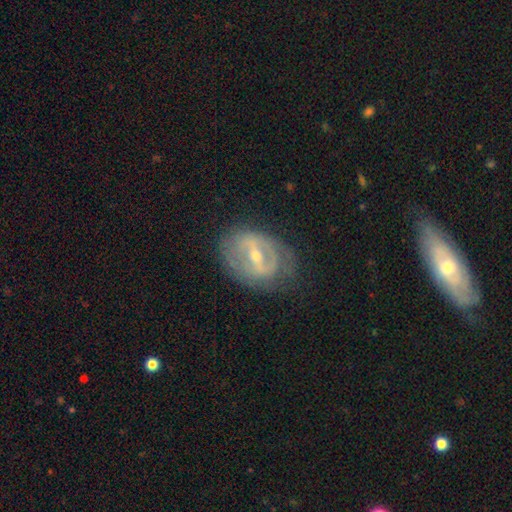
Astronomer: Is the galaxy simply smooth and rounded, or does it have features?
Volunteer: featured or disk — 87%.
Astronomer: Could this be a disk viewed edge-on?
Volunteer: no — 88%.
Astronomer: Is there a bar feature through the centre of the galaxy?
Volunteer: strong — 55%.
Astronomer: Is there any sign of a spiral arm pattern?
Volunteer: yes — 62% (runner-up: no, 38%).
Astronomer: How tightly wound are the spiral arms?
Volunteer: medium — 61%.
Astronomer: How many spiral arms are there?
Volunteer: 2 — 72%.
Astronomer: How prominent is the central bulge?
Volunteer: moderate — 59% (runner-up: small, 38%).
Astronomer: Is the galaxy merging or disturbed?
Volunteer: none — 70%.